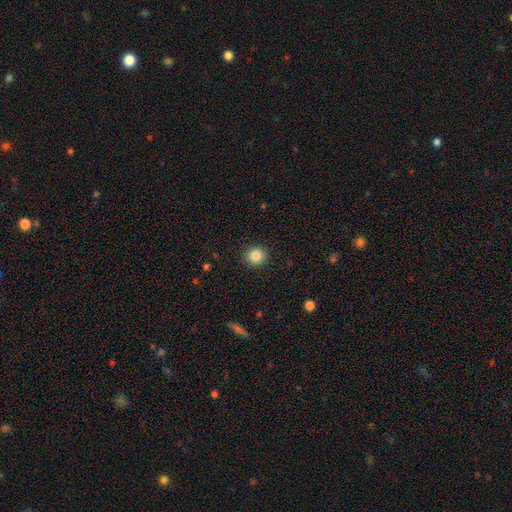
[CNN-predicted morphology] The model was most divided on "smooth or featured": smooth: 84%, star or artifact: 10%, featured or disk: 6%. More confident: merging — none (92%); how rounded — round (89%).